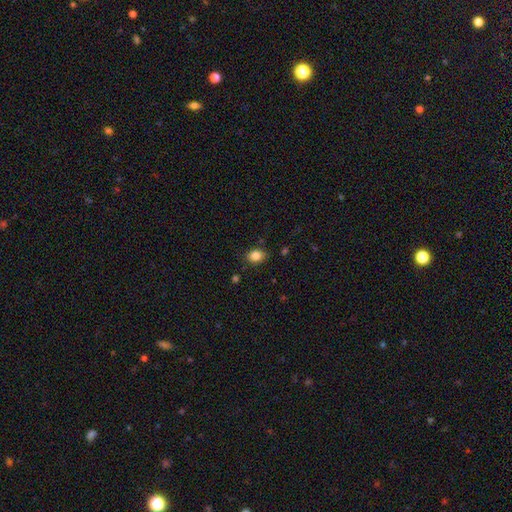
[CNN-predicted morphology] Smooth or featured? smooth (85%)
How rounded? in between (62%)
Merging? none (83%)